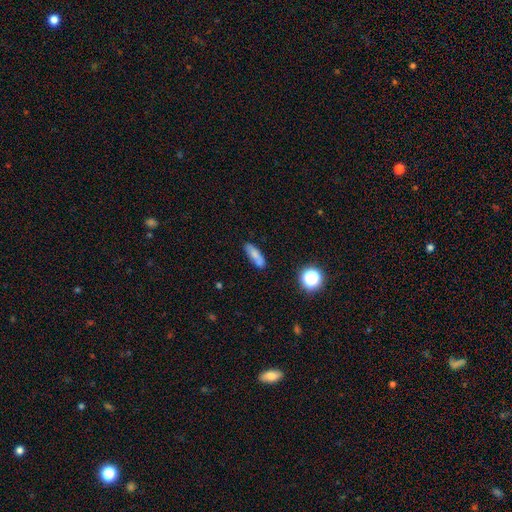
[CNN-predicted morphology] type=smooth (74%); roundness=cigar-shaped (49%); merging=none (76%).